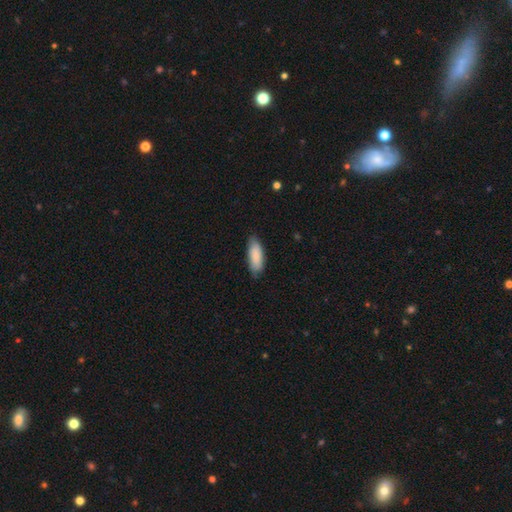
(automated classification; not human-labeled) Smooth or featured: smooth — 87% (featured or disk — 8%)
How rounded: in between — 72% (cigar-shaped — 27%)
Merging: none — 79% (minor disturbance — 17%)